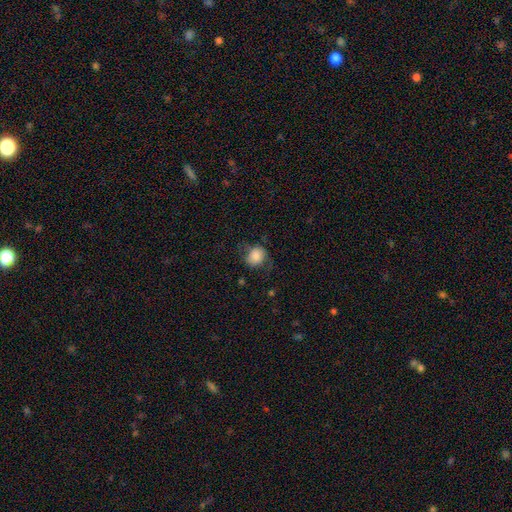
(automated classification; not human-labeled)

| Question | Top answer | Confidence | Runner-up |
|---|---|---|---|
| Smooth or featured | smooth | 73% | featured or disk (18%) |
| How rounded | round | 70% | in between (29%) |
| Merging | none | 62% | minor disturbance (23%) |